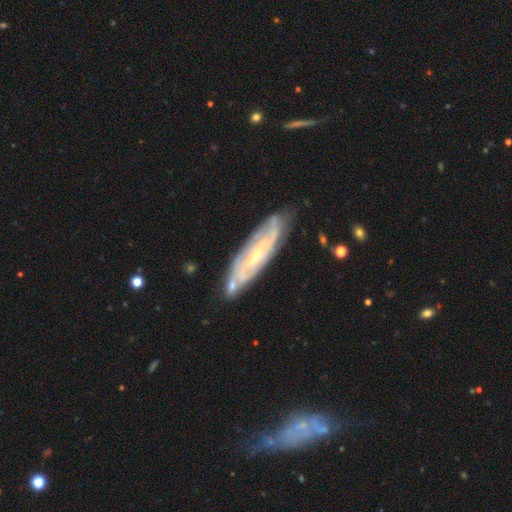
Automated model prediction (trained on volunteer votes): This is clearly a featured or disk galaxy (80%). It is likely not viewed edge-on (76%). Bar: possibly no (48%). Spiral arm pattern: clearly yes (90%). Spiral arm count: possibly can't tell (51%). Spiral winding: likely tight (65%). Central bulge: likely small (70%). Merging: likely none (74%).